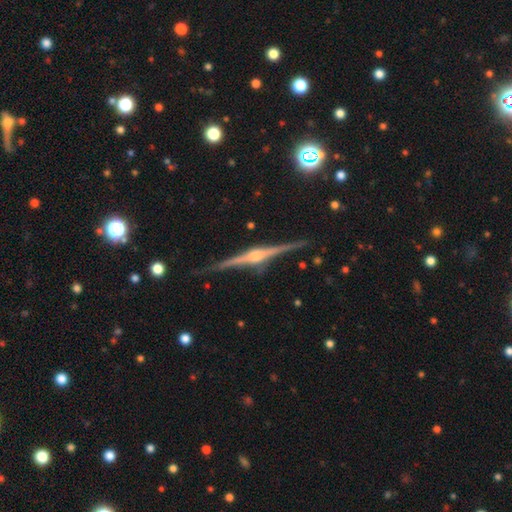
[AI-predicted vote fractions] Smooth or featured? Predicted: featured or disk (p=0.89). Edge-on disk? Predicted: yes (p=0.99). Edge-on bulge? Predicted: rounded (p=0.86). Merging? Predicted: none (p=0.89).